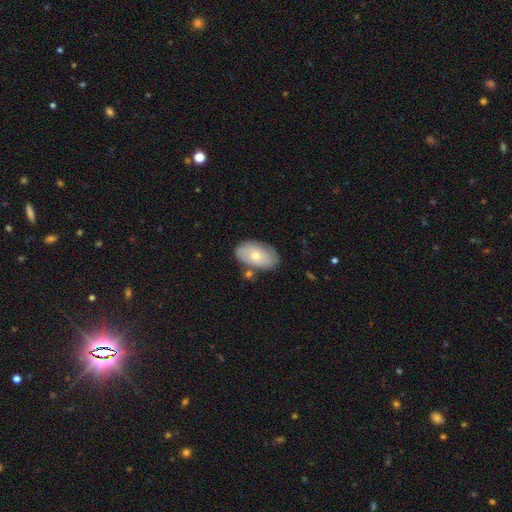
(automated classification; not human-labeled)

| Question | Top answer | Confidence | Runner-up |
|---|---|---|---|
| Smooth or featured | smooth | 60% | featured or disk (34%) |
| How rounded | in between | 92% | round (6%) |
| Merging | none | 74% | minor disturbance (16%) |